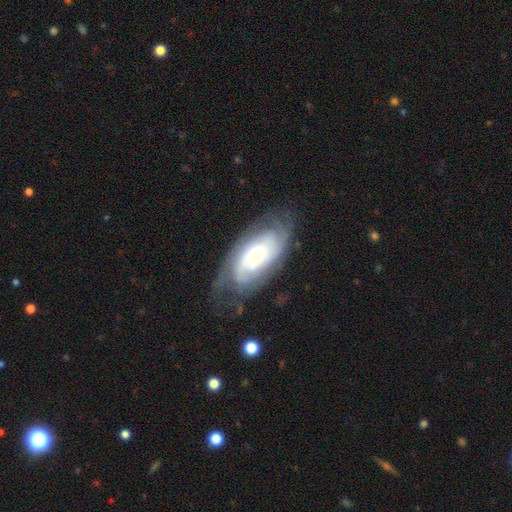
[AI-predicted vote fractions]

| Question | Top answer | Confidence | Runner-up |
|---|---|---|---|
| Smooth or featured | featured or disk | 75% | smooth (19%) |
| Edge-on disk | no | 92% | yes (8%) |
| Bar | no | 72% | weak (21%) |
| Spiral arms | yes | 83% | no (17%) |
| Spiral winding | tight | 63% | medium (27%) |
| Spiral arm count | can't tell | 48% | 2 (29%) |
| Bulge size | moderate | 67% | large (15%) |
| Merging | none | 65% | minor disturbance (22%) |